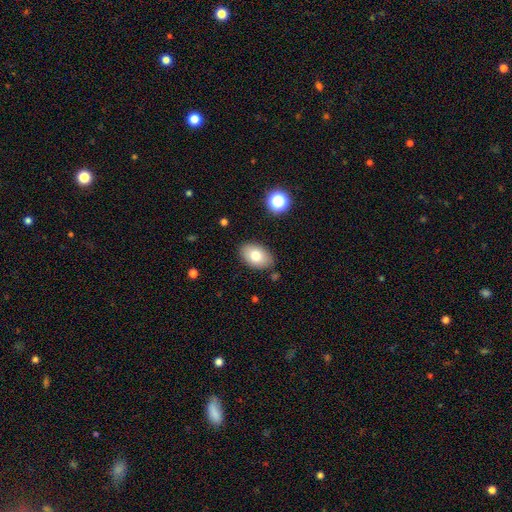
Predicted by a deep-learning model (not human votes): Smooth or featured?
  - smooth: 76% *
  - featured or disk: 16%
  - star or artifact: 8%
How rounded?
  - in between: 88% *
  - round: 11%
  - cigar-shaped: 1%
Merging?
  - none: 84% *
  - minor disturbance: 12%
  - major disturbance: 3%
  - merger: 2%